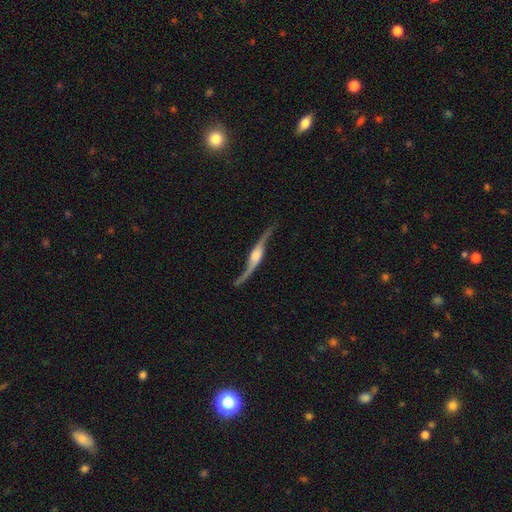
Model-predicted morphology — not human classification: Smooth or featured? Predicted: featured or disk (p=0.89). Edge-on disk? Predicted: yes (p=0.50, tied with no). Merging? Predicted: none (p=0.74).